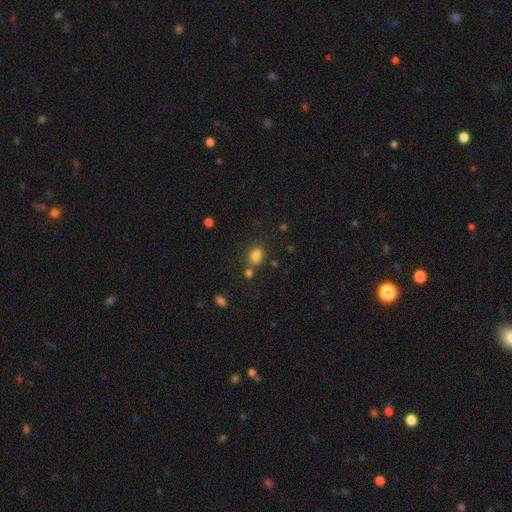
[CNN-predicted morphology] Smooth or featured: smooth — 78% (star or artifact — 14%)
How rounded: in between — 65% (round — 34%)
Merging: none — 59% (merger — 22%)